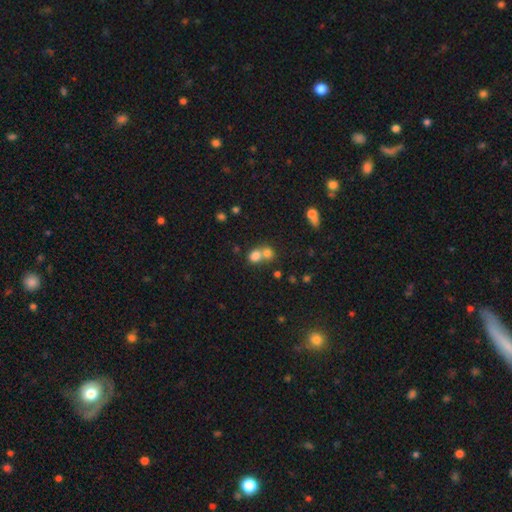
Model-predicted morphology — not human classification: This is likely a smooth galaxy (76%). How rounded: likely round (63%). Merging: possibly merger (60%).